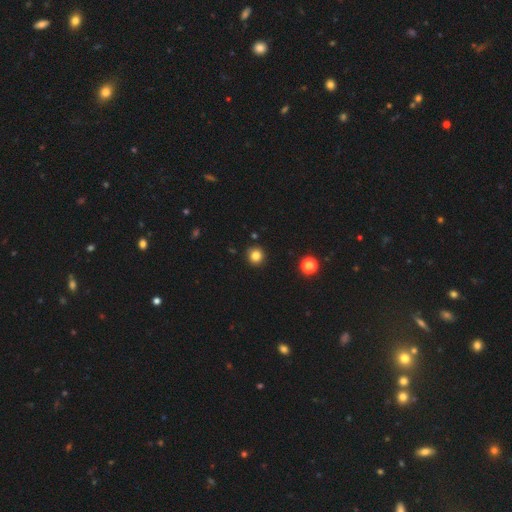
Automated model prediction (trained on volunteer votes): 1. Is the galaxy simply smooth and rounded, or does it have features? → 82% smooth, 13% star or artifact, 5% featured or disk.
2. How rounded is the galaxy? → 93% round, 6% in between, 1% cigar-shaped.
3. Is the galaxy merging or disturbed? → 91% none, 6% minor disturbance, 2% merger, 2% major disturbance.